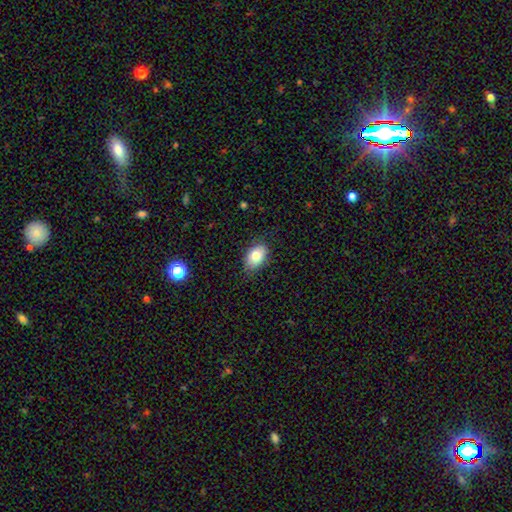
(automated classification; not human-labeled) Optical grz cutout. It shows a smooth galaxy with no disk features (79%) that is in between round and cigar-shaped (88%). Merging: none (80%).